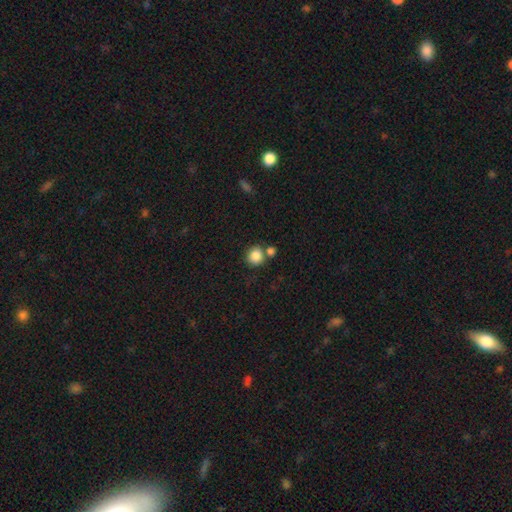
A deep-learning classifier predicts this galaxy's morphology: Smooth or featured? Predicted: smooth (p=0.86). How rounded? Predicted: round (p=0.84). Merging? Predicted: none (p=0.62).